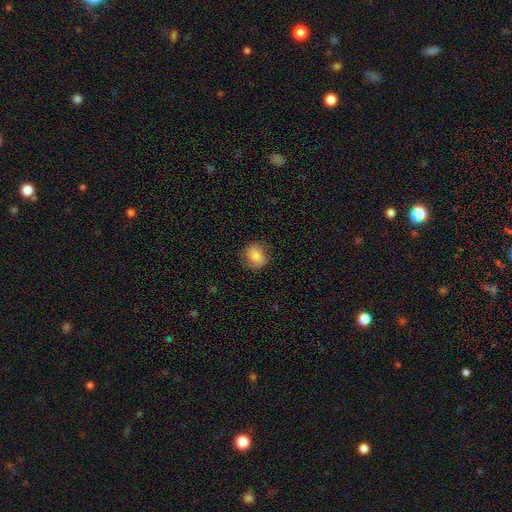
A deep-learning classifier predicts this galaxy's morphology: Overall: smooth (75%). How rounded: round (67%; in between 32%). Merging: none (77%).